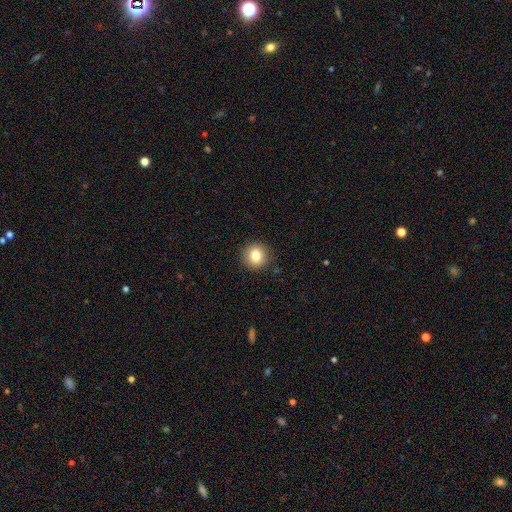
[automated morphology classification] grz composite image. It shows a smooth galaxy with no disk features (82%) that is round (89%). Merging: none (90%).